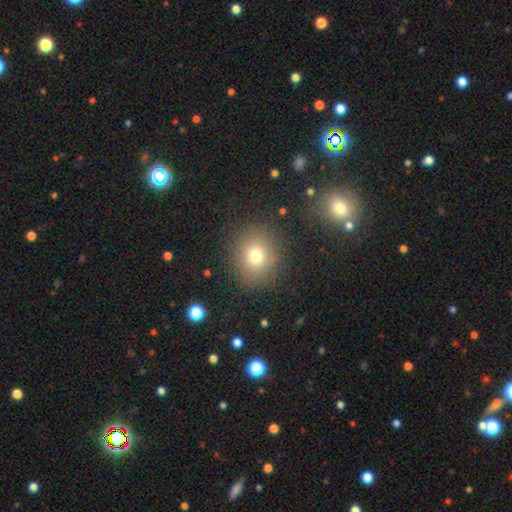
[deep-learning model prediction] Smooth or featured? Predicted: smooth (p=0.73). How rounded? Predicted: round (p=0.75). Merging? Predicted: none (p=0.85).